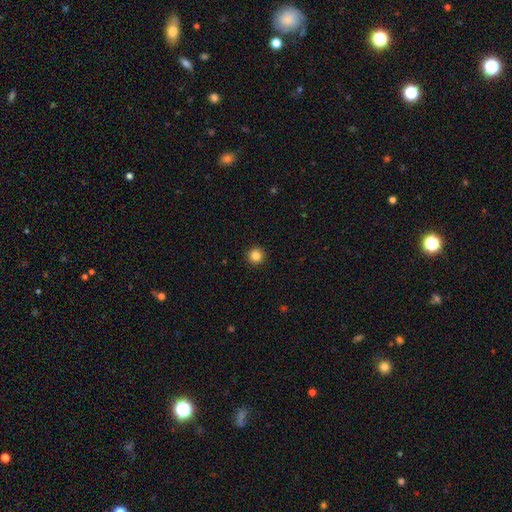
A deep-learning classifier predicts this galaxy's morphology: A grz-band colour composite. It shows a smooth galaxy with no disk features (84%) that is round (96%). Merging: none (94%).